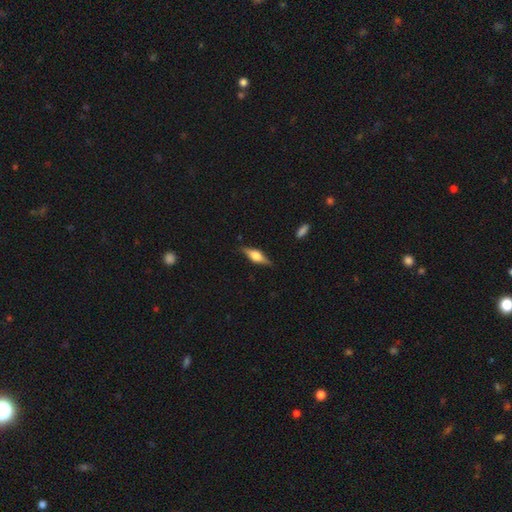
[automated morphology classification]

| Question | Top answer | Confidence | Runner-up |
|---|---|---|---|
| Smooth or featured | featured or disk | 60% | smooth (33%) |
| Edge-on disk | yes | 95% | no (5%) |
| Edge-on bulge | rounded | 87% | boxy (11%) |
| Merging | none | 85% | minor disturbance (11%) |